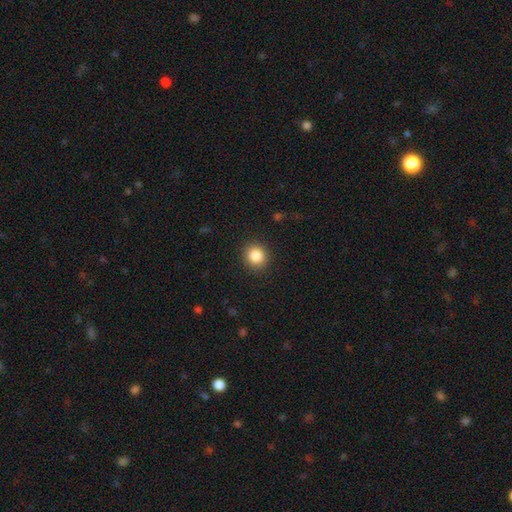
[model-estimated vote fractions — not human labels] Smooth or featured? smooth (86%)
How rounded? round (88%)
Merging? none (90%)